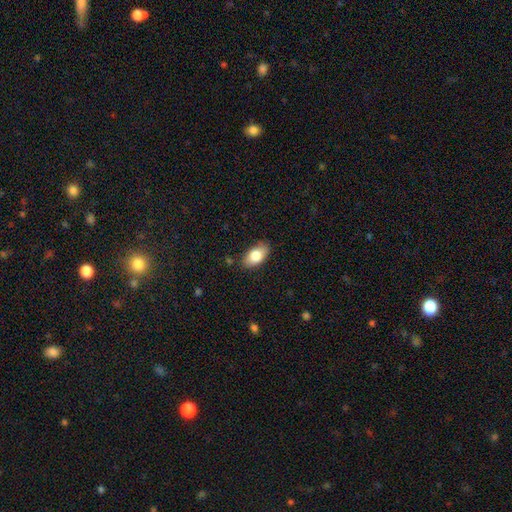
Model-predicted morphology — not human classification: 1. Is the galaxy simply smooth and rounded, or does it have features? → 81% smooth, 12% featured or disk, 7% star or artifact.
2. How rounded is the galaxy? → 92% in between, 5% round, 3% cigar-shaped.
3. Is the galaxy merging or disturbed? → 83% none, 13% minor disturbance, 3% major disturbance, 1% merger.